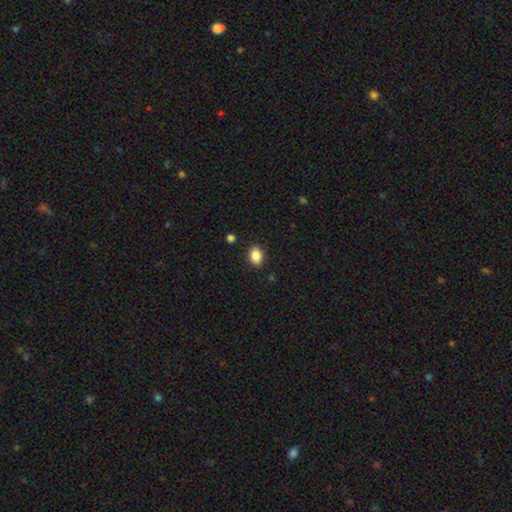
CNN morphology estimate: Q: Smooth or featured?
A: smooth (87%); runner-up: star or artifact (9%)
Q: How rounded?
A: in between (77%); runner-up: round (22%)
Q: Merging?
A: none (89%); runner-up: minor disturbance (8%)